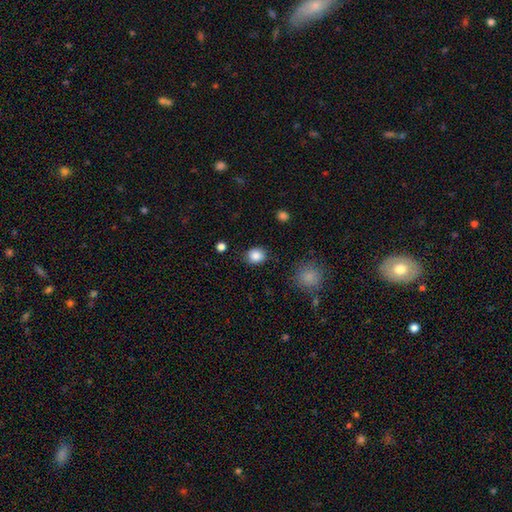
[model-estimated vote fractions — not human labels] smooth-or-featured: smooth: 86% | star or artifact: 10% | featured or disk: 4%
  how-rounded: round: 70% | in between: 29% | cigar-shaped: 1%
  merging: none: 85% | minor disturbance: 10% | major disturbance: 3% | merger: 2%